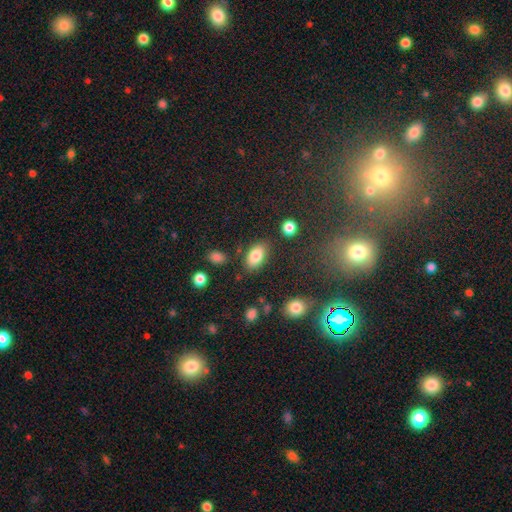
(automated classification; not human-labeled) The model was most divided on "merging": none: 80%, minor disturbance: 13%, merger: 4%, major disturbance: 3%. More confident: how rounded — in between (92%); smooth or featured — smooth (84%).